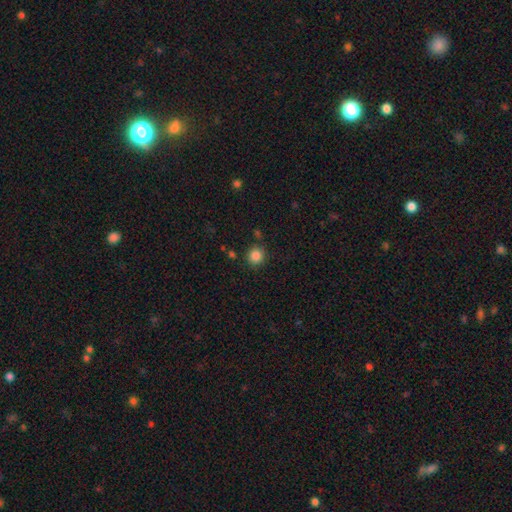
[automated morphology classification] This appears to be a smooth galaxy with no disk features (86%) that is round (91%). Merging: none (85%).